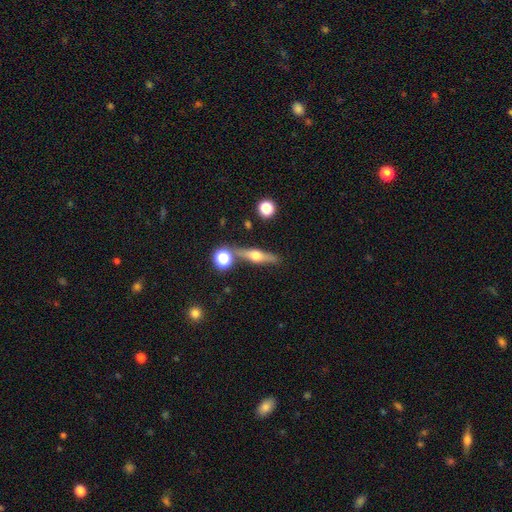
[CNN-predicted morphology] Q: Smooth or featured?
A: featured or disk (62%); runner-up: smooth (30%)
Q: Edge-on disk?
A: yes (94%); runner-up: no (6%)
Q: Edge-on bulge?
A: rounded (94%); runner-up: boxy (4%)
Q: Merging?
A: none (77%); runner-up: minor disturbance (11%)